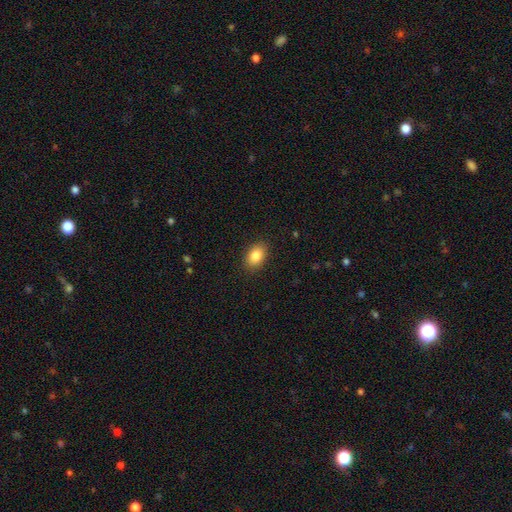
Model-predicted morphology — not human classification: A smooth galaxy with no disk features (85%) that is in between round and cigar-shaped (83%).

Vote fractions:
- Smooth or featured? smooth: 85% / star or artifact: 8% / featured or disk: 6%
- How rounded? in between: 83% / round: 15% / cigar-shaped: 1%
- Merging? none: 88% / minor disturbance: 8% / major disturbance: 2% / merger: 1%